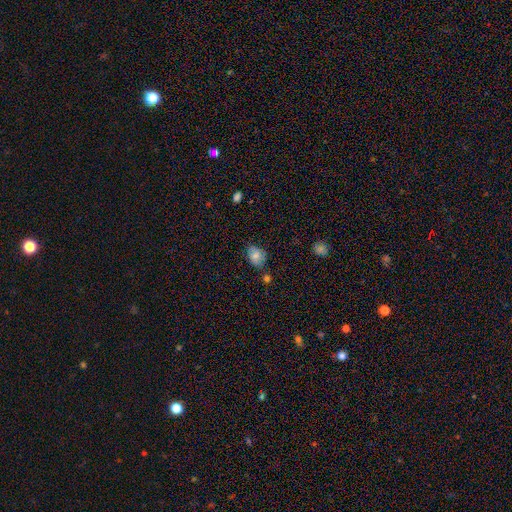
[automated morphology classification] type=smooth (71%); roundness=in between (70%); merging=none (67%).